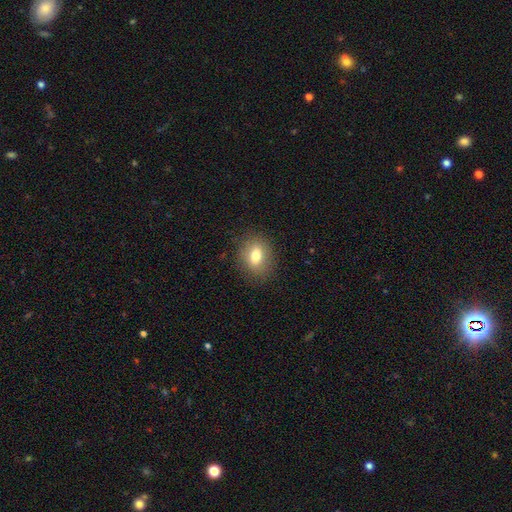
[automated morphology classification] smooth-or-featured: smooth: 75% | featured or disk: 16% | star or artifact: 10%
  how-rounded: in between: 59% | round: 39% | cigar-shaped: 2%
  merging: none: 85% | minor disturbance: 10% | major disturbance: 4% | merger: 1%